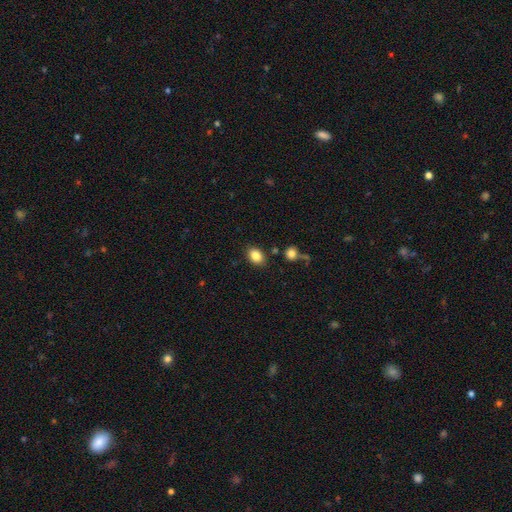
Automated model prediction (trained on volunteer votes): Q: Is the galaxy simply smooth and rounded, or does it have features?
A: smooth — 85%.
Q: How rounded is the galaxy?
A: in between — 72%.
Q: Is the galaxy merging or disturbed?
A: none — 84%.